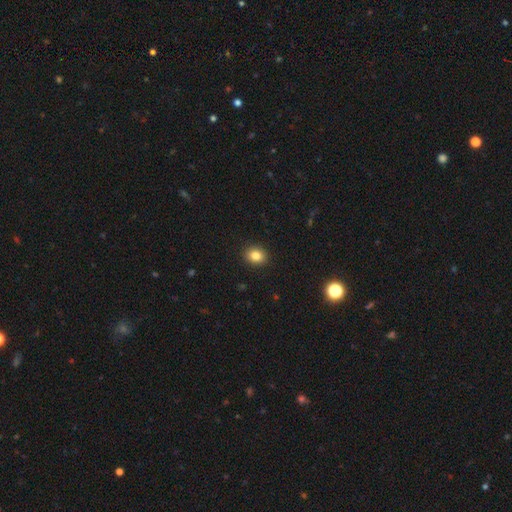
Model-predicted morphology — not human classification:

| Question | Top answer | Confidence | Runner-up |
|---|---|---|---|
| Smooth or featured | smooth | 83% | star or artifact (10%) |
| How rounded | round | 58% | in between (42%) |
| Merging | none | 91% | minor disturbance (6%) |